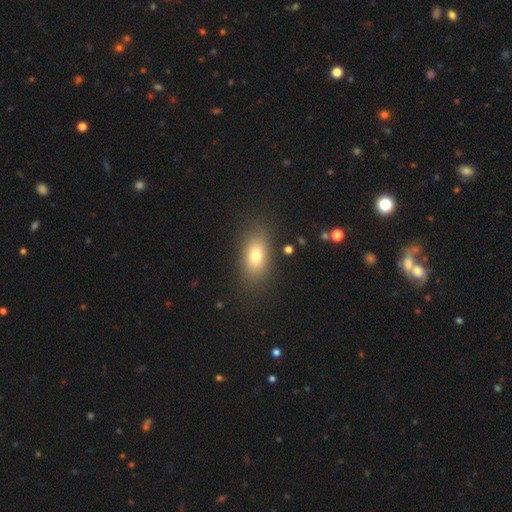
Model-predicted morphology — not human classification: smooth 76%, featured or disk 14%, star or artifact 10%. Down the decision tree: how rounded — in between (85%); merging — none (85%).